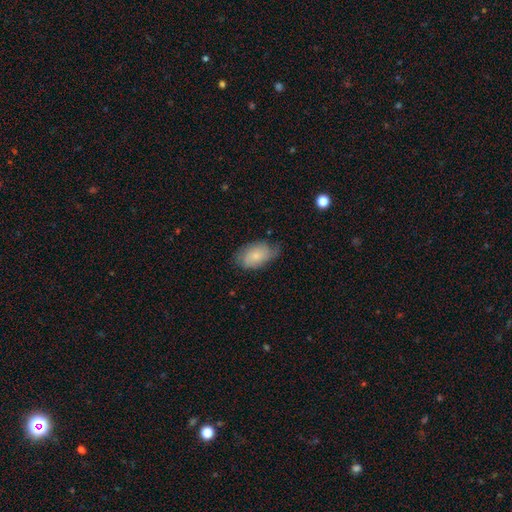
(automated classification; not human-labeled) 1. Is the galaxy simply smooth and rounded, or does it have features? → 67% smooth, 26% featured or disk, 7% star or artifact.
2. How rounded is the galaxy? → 91% in between, 7% round, 2% cigar-shaped.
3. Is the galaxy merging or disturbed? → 63% none, 29% minor disturbance, 7% major disturbance, 1% merger.